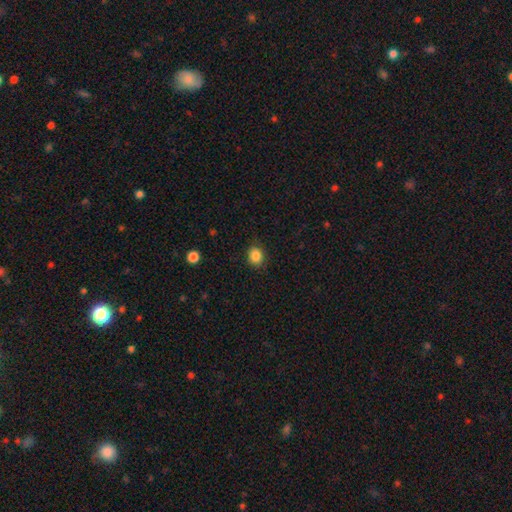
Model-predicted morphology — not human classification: smooth_or_featured: smooth (p=0.86) [alt: star or artifact p=0.10]
how_rounded: round (p=0.66) [alt: in between p=0.33]
merging: none (p=0.85) [alt: minor disturbance p=0.11]